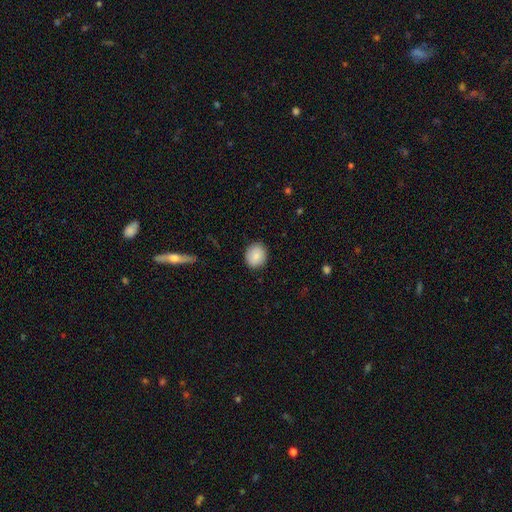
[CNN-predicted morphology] type=smooth (86%); roundness=round (73%); merging=none (88%).